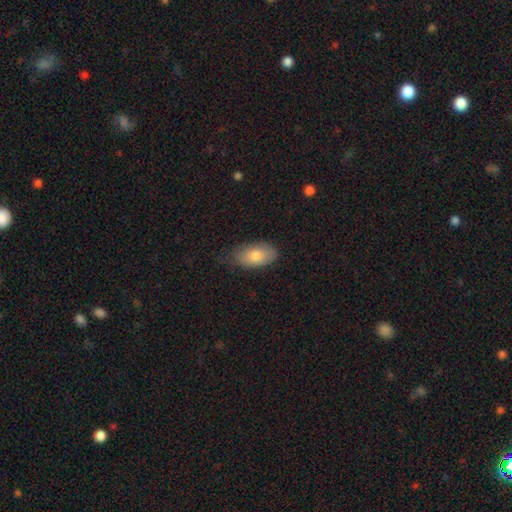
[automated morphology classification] smooth-or-featured: smooth: 79% | featured or disk: 14% | star or artifact: 7%
  how-rounded: in between: 92% | round: 5% | cigar-shaped: 3%
  merging: none: 65% | minor disturbance: 28% | major disturbance: 5% | merger: 1%